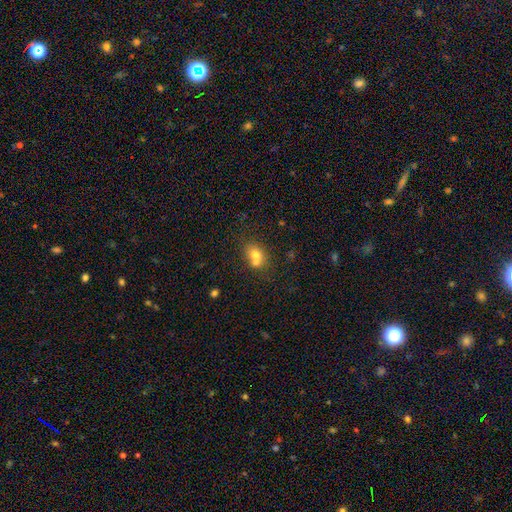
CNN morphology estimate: This appears to be a smooth galaxy with no disk features (72%) that is round (49%, tied with in between). Merging: merger (45%).